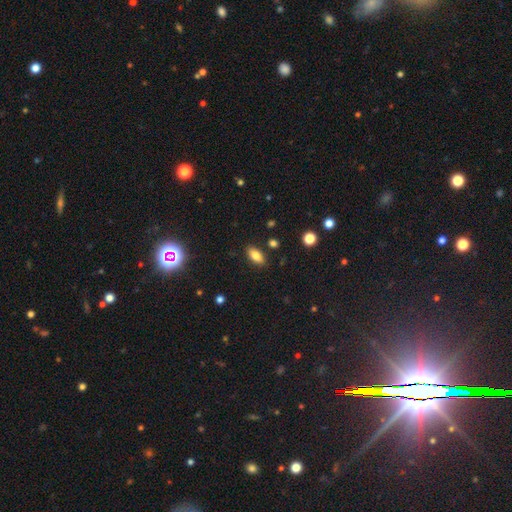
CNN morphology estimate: Smooth or featured: smooth — 82% (star or artifact — 10%)
How rounded: in between — 89% (cigar-shaped — 6%)
Merging: none — 86% (minor disturbance — 9%)